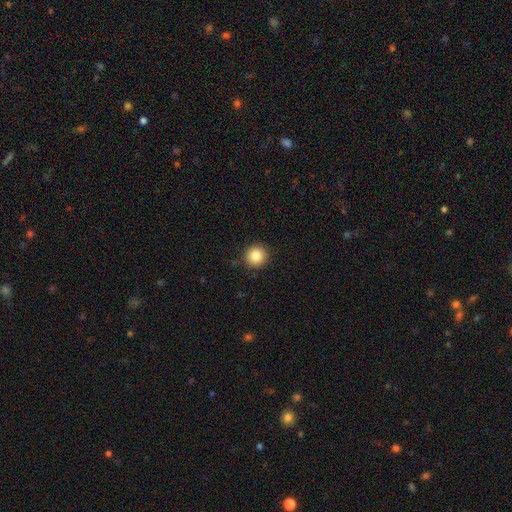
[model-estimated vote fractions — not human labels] Smooth or featured: smooth — 84% (star or artifact — 10%)
How rounded: round — 93% (in between — 6%)
Merging: none — 91% (minor disturbance — 6%)